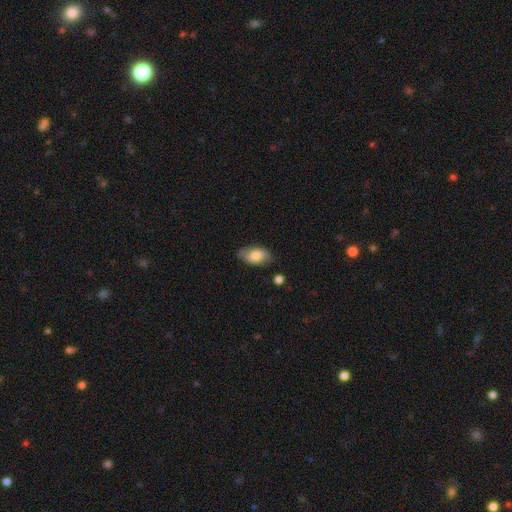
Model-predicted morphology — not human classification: A smooth galaxy with no disk features (74%) that is in between round and cigar-shaped (93%).

Vote fractions:
- Smooth or featured? smooth: 74% / featured or disk: 20% / star or artifact: 7%
- How rounded? in between: 93% / round: 5% / cigar-shaped: 2%
- Merging? none: 75% / minor disturbance: 19% / major disturbance: 4% / merger: 2%